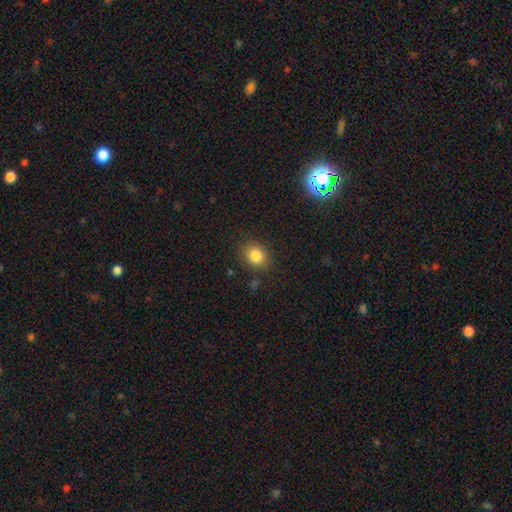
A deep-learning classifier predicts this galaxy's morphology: smooth-or-featured: smooth: 84% | star or artifact: 11% | featured or disk: 6%
  how-rounded: round: 66% | in between: 33% | cigar-shaped: 1%
  merging: none: 84% | minor disturbance: 11% | major disturbance: 3% | merger: 2%